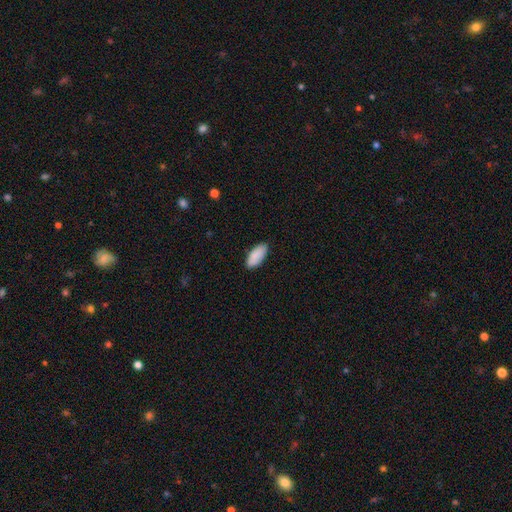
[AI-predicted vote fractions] Smooth or featured? Predicted: smooth (p=0.89). How rounded? Predicted: in between (p=0.90). Merging? Predicted: none (p=0.86).